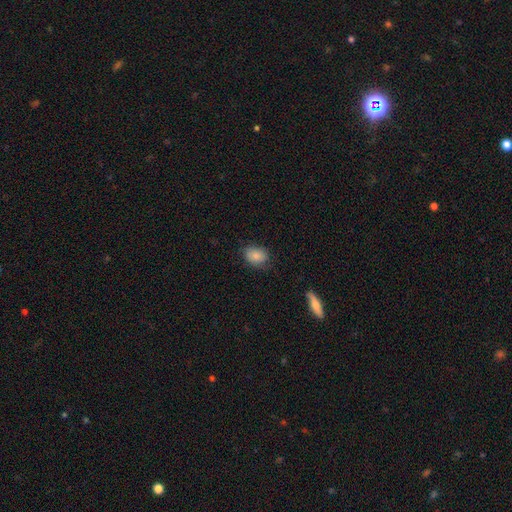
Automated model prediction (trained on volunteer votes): smooth_or_featured: smooth (p=0.84) [alt: featured or disk p=0.08]
how_rounded: in between (p=0.70) [alt: round p=0.29]
merging: none (p=0.73) [alt: minor disturbance p=0.21]